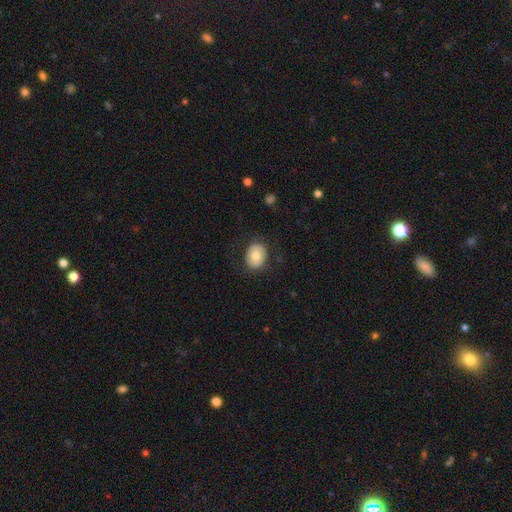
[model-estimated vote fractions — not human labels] The model was most divided on "how rounded": round: 59%, in between: 40%, cigar-shaped: 1%. More confident: merging — none (83%); smooth or featured — smooth (72%).